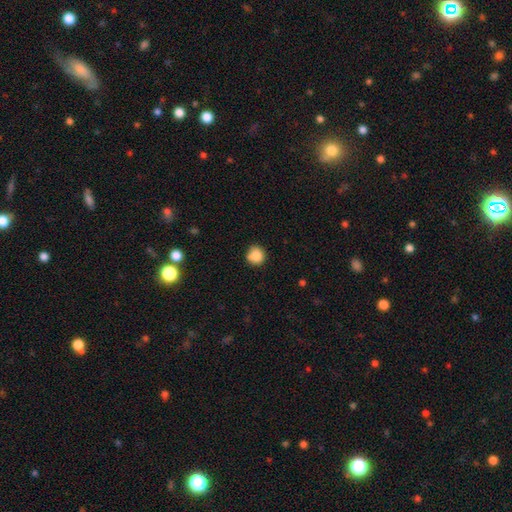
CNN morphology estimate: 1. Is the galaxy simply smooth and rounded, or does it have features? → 86% smooth, 9% star or artifact, 4% featured or disk.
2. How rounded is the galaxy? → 92% round, 7% in between, 1% cigar-shaped.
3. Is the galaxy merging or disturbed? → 80% none, 14% minor disturbance, 3% merger, 3% major disturbance.